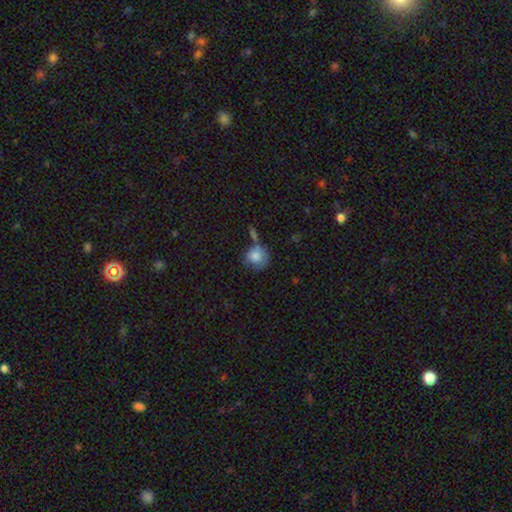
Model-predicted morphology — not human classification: smooth_or_featured: smooth (p=0.82) [alt: featured or disk p=0.10]
how_rounded: round (p=0.85) [alt: in between p=0.14]
merging: none (p=0.49) [alt: minor disturbance p=0.22]